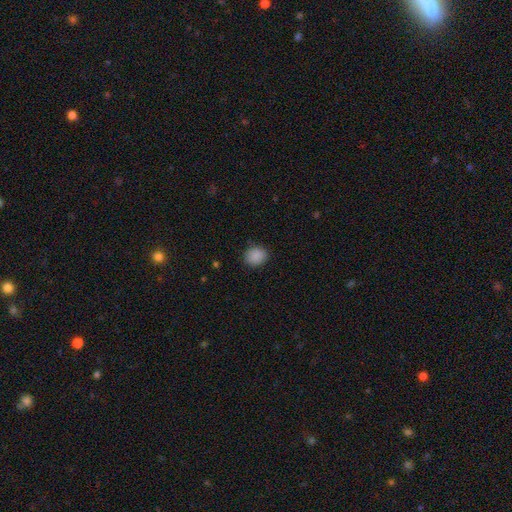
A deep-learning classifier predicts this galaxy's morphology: smooth-or-featured: smooth: 88% | star or artifact: 9% | featured or disk: 3%
  how-rounded: round: 74% | in between: 26% | cigar-shaped: 1%
  merging: none: 87% | minor disturbance: 10% | major disturbance: 2% | merger: 1%